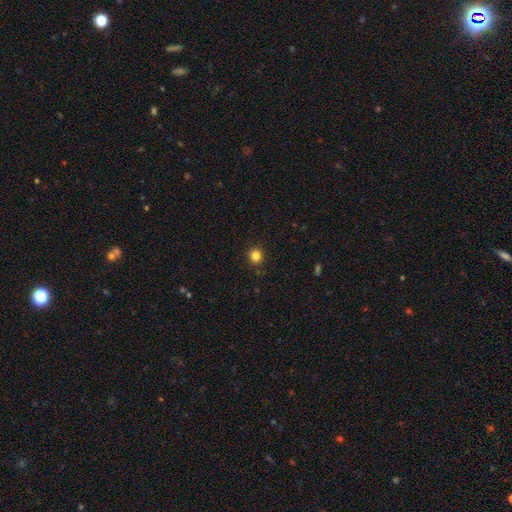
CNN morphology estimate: Smooth or featured?
  - smooth: 83% *
  - star or artifact: 13%
  - featured or disk: 4%
How rounded?
  - round: 90% *
  - in between: 9%
  - cigar-shaped: 1%
Merging?
  - none: 92% *
  - minor disturbance: 6%
  - major disturbance: 2%
  - merger: 1%